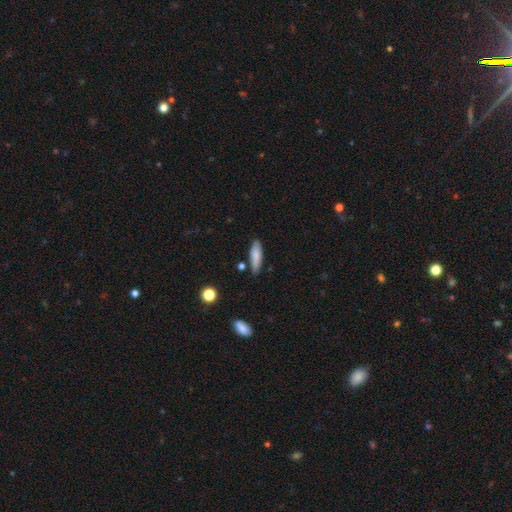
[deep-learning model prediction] This appears to be a smooth galaxy with no disk features (79%) that is cigar-shaped (57%). Merging: none (81%).